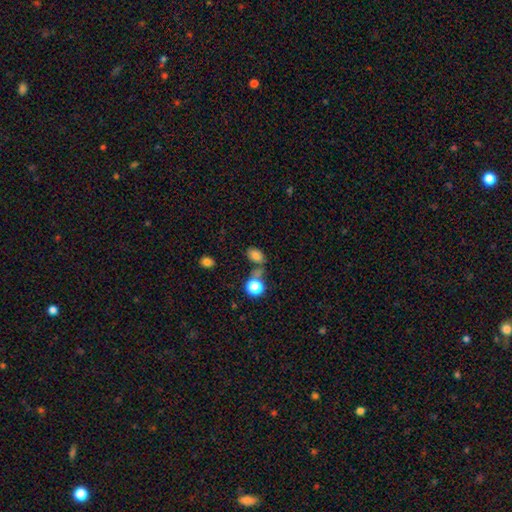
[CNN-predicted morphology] The model was most divided on "merging": none: 57%, minor disturbance: 19%, merger: 16%, major disturbance: 8%. More confident: smooth or featured — smooth (78%); how rounded — in between (77%).